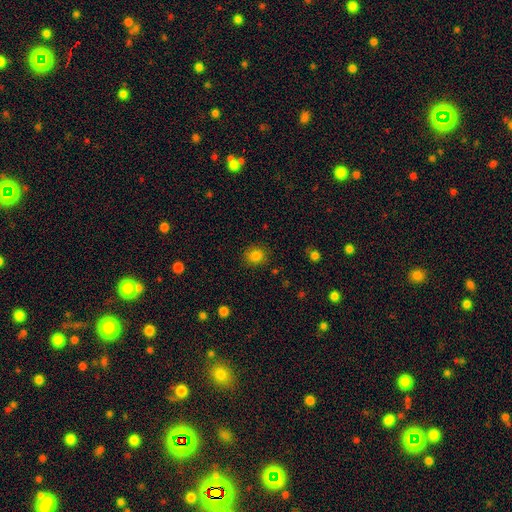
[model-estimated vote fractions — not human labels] Smooth or featured?
  - smooth: 83% *
  - star or artifact: 12%
  - featured or disk: 5%
How rounded?
  - round: 81% *
  - in between: 18%
  - cigar-shaped: 1%
Merging?
  - none: 87% *
  - minor disturbance: 9%
  - major disturbance: 3%
  - merger: 1%